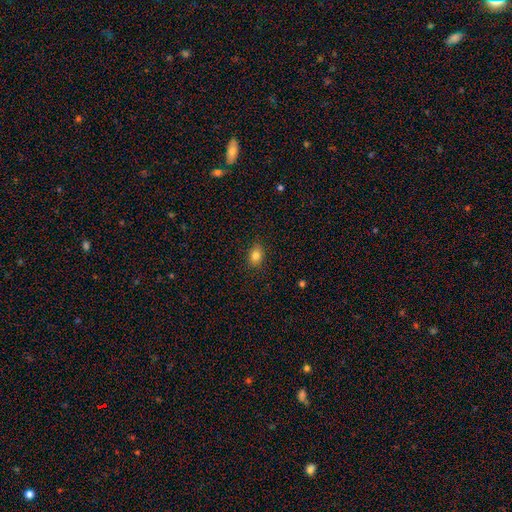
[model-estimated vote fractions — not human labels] A smooth galaxy with no disk features (82%) that is in between round and cigar-shaped (68%).

Vote fractions:
- Smooth or featured? smooth: 82% / star or artifact: 11% / featured or disk: 7%
- How rounded? in between: 68% / round: 30% / cigar-shaped: 1%
- Merging? none: 86% / minor disturbance: 10% / major disturbance: 2% / merger: 1%